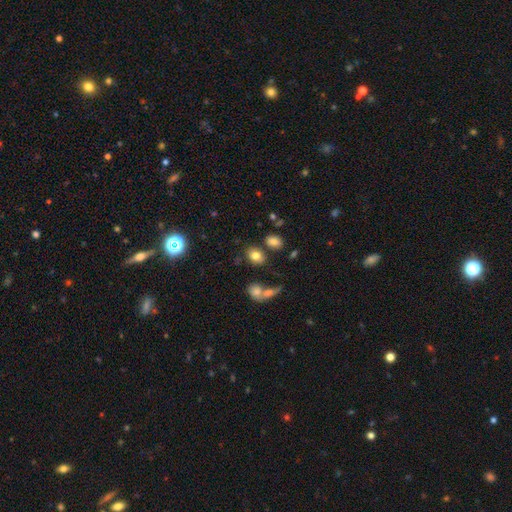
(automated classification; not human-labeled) Smooth or featured?
  - smooth: 79% *
  - star or artifact: 11%
  - featured or disk: 9%
How rounded?
  - in between: 72% *
  - round: 27%
  - cigar-shaped: 2%
Merging?
  - none: 73% *
  - merger: 11%
  - minor disturbance: 11%
  - major disturbance: 4%